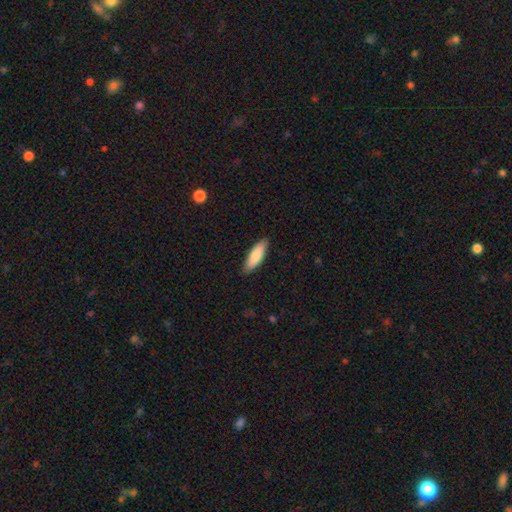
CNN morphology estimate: smooth 82%, featured or disk 12%, star or artifact 5%. Down the decision tree: how rounded — in between (53%); merging — none (87%).